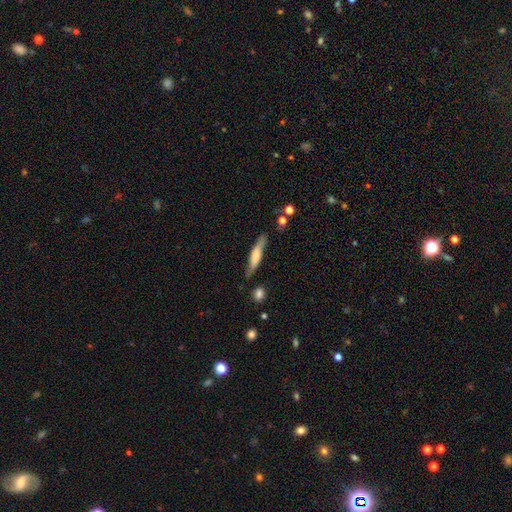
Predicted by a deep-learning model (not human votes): A smooth galaxy with no disk features (56%) that is cigar-shaped (84%).

Vote fractions:
- Smooth or featured? smooth: 56% / featured or disk: 37% / star or artifact: 6%
- How rounded? cigar-shaped: 84% / in between: 14% / round: 2%
- Merging? none: 70% / minor disturbance: 21% / major disturbance: 5% / merger: 4%